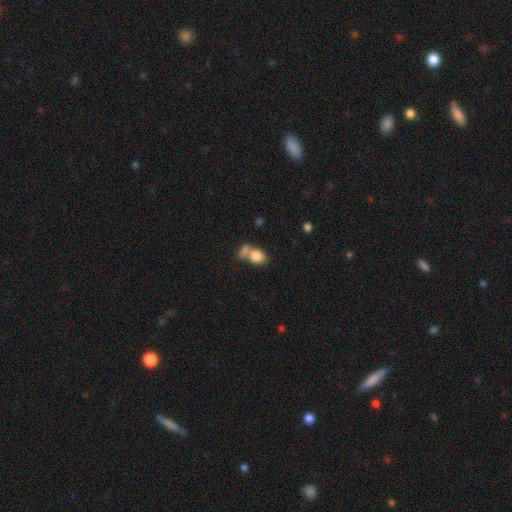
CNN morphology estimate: smooth 83%, featured or disk 9%, star or artifact 8%. Down the decision tree: how rounded — in between (51%); merging — merger (51%).